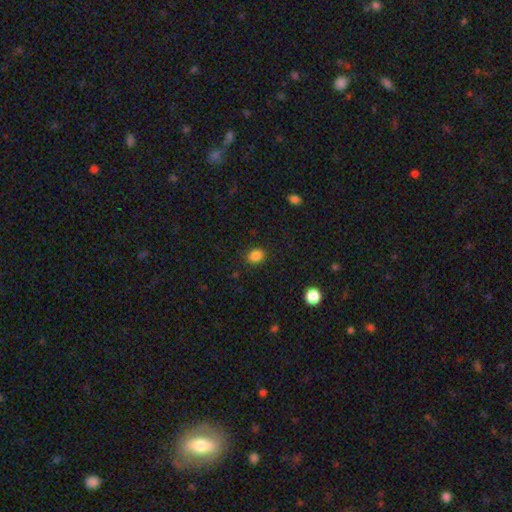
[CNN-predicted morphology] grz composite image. It shows a smooth galaxy with no disk features (85%) that is round (51%). Merging: none (87%).